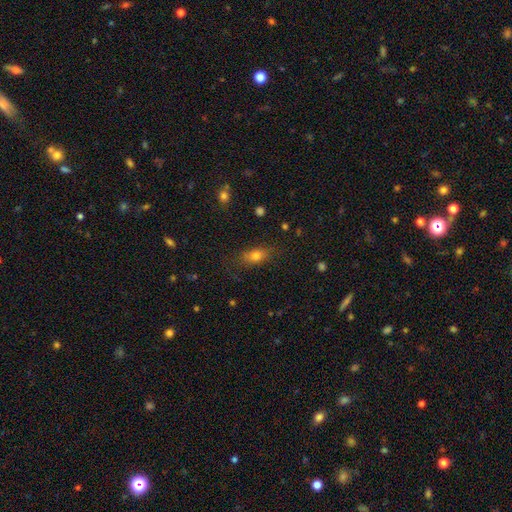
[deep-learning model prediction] Smooth or featured? smooth (75%)
How rounded? in between (73%)
Merging? none (75%)